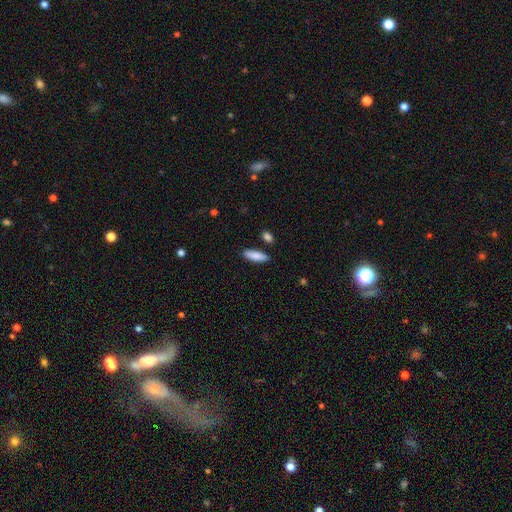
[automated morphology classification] A smooth galaxy with no disk features (87%) that is in between round and cigar-shaped (58%).

Vote fractions:
- Smooth or featured? smooth: 87% / featured or disk: 7% / star or artifact: 6%
- How rounded? in between: 58% / cigar-shaped: 40% / round: 2%
- Merging? none: 85% / minor disturbance: 10% / merger: 3% / major disturbance: 2%